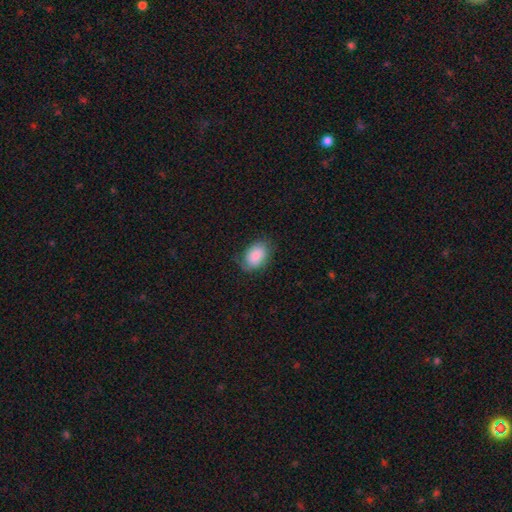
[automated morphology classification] type=smooth (83%); roundness=in between (86%); merging=none (64%).